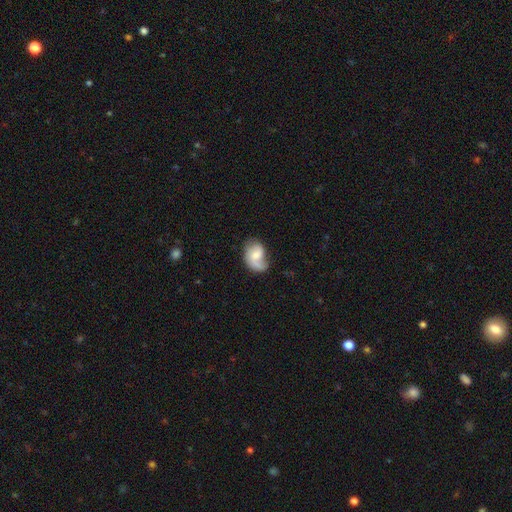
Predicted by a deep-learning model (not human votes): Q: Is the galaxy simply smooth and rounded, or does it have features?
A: featured or disk — 52%.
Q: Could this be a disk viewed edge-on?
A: no — 97%.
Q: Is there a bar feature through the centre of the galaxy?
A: no — 58%.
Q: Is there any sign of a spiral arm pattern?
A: yes — 84%.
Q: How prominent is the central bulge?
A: moderate — 41%.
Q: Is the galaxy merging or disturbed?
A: none — 42%.